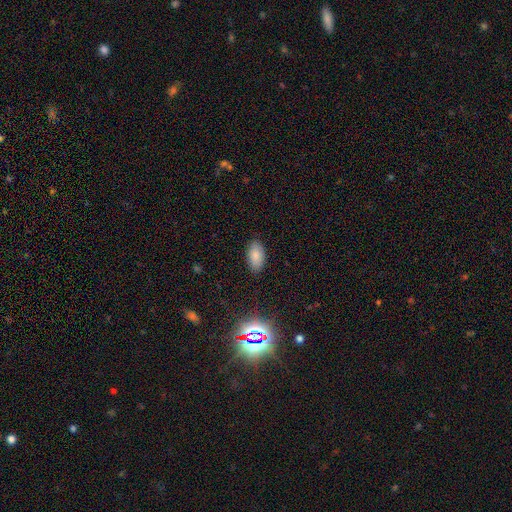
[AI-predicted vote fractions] A smooth galaxy with no disk features (82%) that is in between round and cigar-shaped (94%). Merging: none (86%).